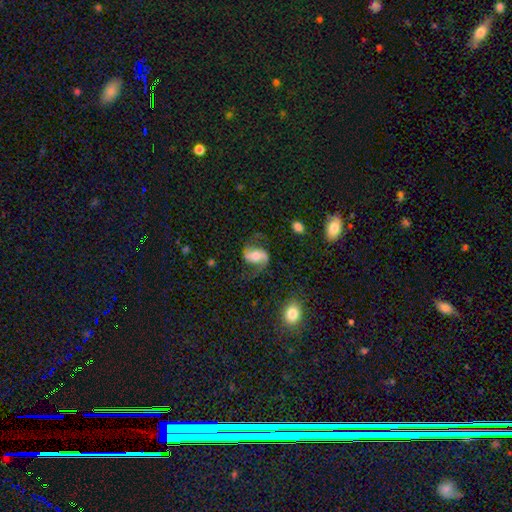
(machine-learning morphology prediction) Smooth or featured?
  - featured or disk: 76% *
  - smooth: 17%
  - star or artifact: 7%
Edge-on disk?
  - no: 97% *
  - yes: 3%
Bar?
  - weak: 37% *
  - no: 36%
  - strong: 27%
Spiral arms?
  - yes: 94% *
  - no: 6%
Spiral winding?
  - loose: 53% *
  - medium: 38%
  - tight: 9%
Spiral arm count?
  - 2: 92% *
  - 1: 3%
  - can't tell: 3%
  - 3: 1%
  - 4: 1%
  - more than 4: 1%
Bulge size?
  - moderate: 53% *
  - small: 21%
  - large: 19%
  - none: 4%
  - dominant: 3%
Merging?
  - none: 67% *
  - minor disturbance: 17%
  - major disturbance: 14%
  - merger: 2%